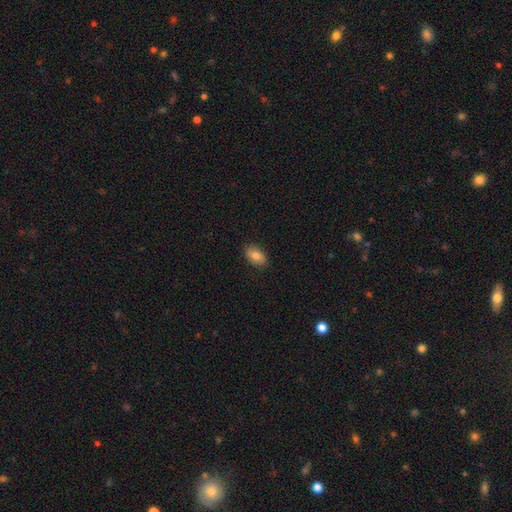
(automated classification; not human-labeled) Overall: smooth (83%). How rounded: in between (92%). Merging: none (88%).